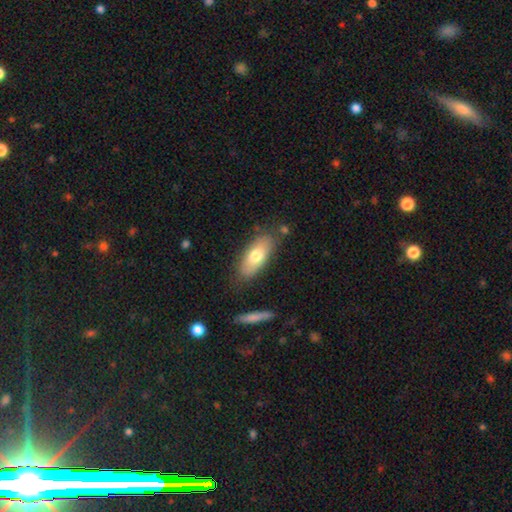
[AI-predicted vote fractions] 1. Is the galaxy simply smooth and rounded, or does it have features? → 70% smooth, 24% featured or disk, 6% star or artifact.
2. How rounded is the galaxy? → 80% in between, 17% cigar-shaped, 3% round.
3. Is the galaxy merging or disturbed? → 77% none, 15% minor disturbance, 4% merger, 4% major disturbance.